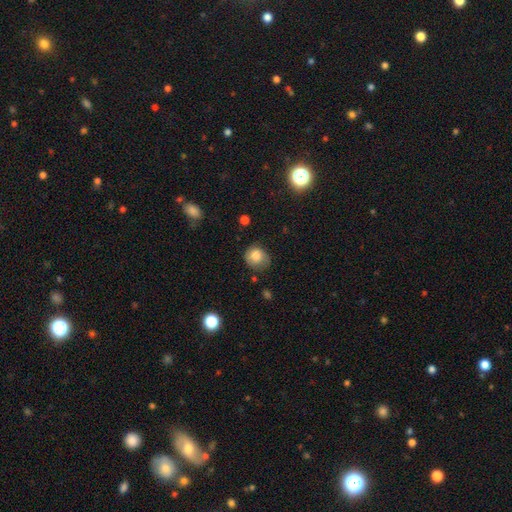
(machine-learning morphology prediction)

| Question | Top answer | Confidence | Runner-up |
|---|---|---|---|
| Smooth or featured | smooth | 78% | featured or disk (14%) |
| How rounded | round | 78% | in between (21%) |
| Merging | none | 61% | minor disturbance (28%) |